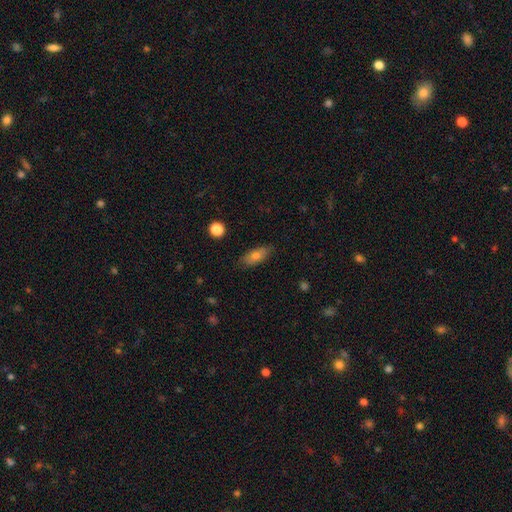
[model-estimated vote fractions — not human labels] Smooth or featured?
  - smooth: 71% *
  - featured or disk: 21%
  - star or artifact: 8%
How rounded?
  - in between: 82% *
  - cigar-shaped: 13%
  - round: 5%
Merging?
  - none: 80% *
  - minor disturbance: 16%
  - major disturbance: 3%
  - merger: 1%